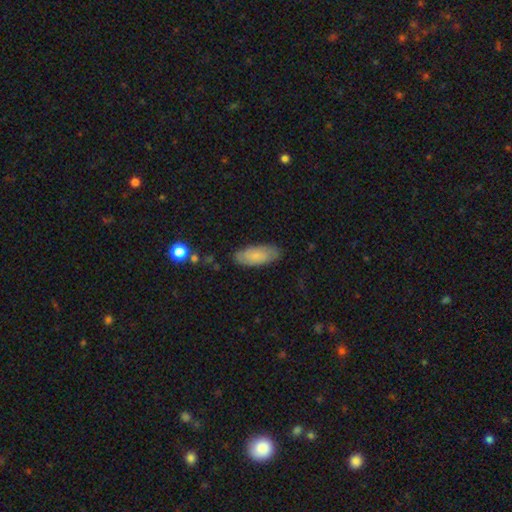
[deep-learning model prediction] Q: Smooth or featured?
A: smooth (72%); runner-up: featured or disk (22%)
Q: How rounded?
A: in between (84%); runner-up: cigar-shaped (14%)
Q: Merging?
A: none (81%); runner-up: minor disturbance (15%)